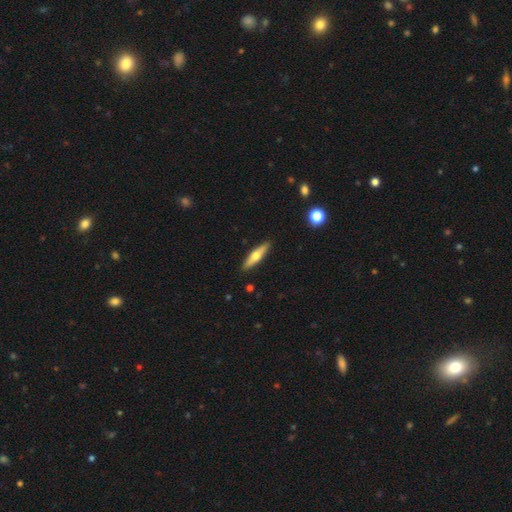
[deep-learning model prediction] smooth 48%, featured or disk 47%, star or artifact 5%. Down the decision tree: merging — none (90%).